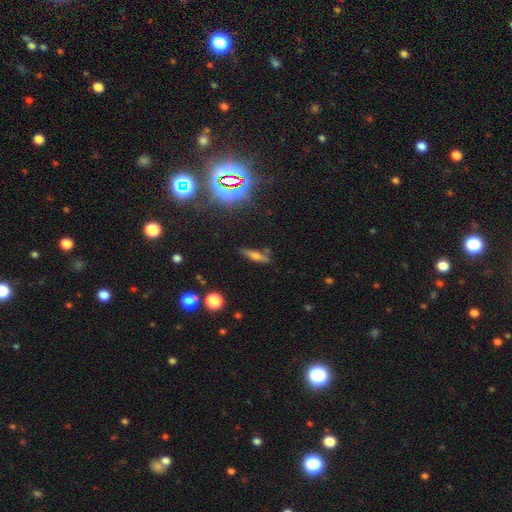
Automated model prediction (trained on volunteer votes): A smooth galaxy with no disk features (48%).

Vote fractions:
- Smooth or featured? smooth: 48% / featured or disk: 34% / star or artifact: 18%
- Merging? none: 77% / minor disturbance: 14% / merger: 5% / major disturbance: 4%